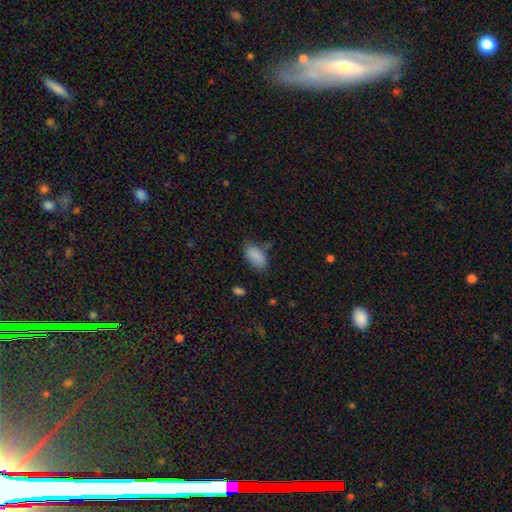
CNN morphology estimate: This is clearly a smooth galaxy (87%). How rounded: clearly in between (93%). Merging: likely none (67%).